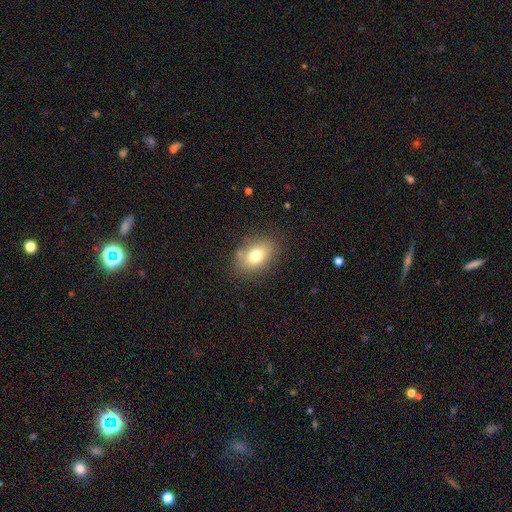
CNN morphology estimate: smooth_or_featured: smooth (p=0.74) [alt: featured or disk p=0.15]
how_rounded: in between (p=0.78) [alt: round p=0.21]
merging: none (p=0.78) [alt: minor disturbance p=0.14]